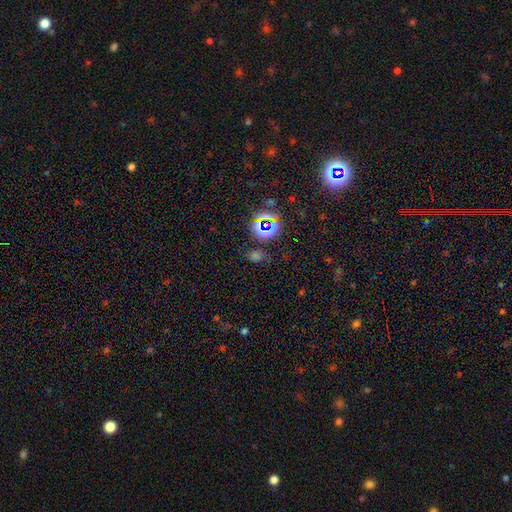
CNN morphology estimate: star or artifact 58%, smooth 34%, featured or disk 8%.